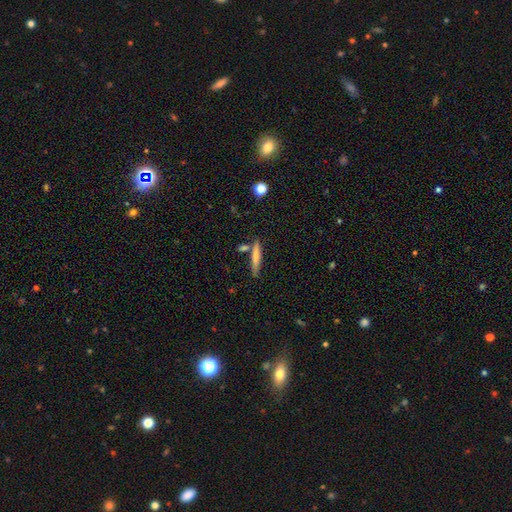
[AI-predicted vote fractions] This is likely a smooth galaxy (70%). How rounded: clearly cigar-shaped (91%). Merging: likely none (75%).